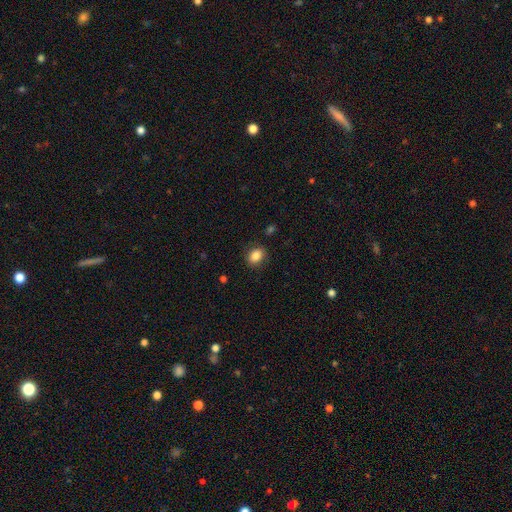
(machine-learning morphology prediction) A smooth galaxy with no disk features (86%) that is in between round and cigar-shaped (63%). Merging: none (85%).